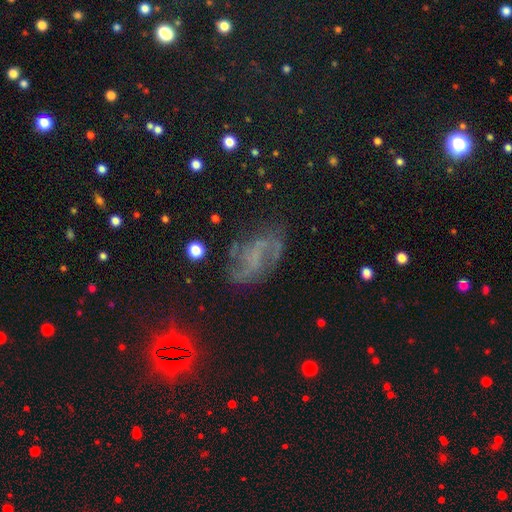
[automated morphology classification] type=featured or disk (65%); edge-on=no (95%); bar=no (45%); spiral arms=yes (85%); winding=loose (41%); arm count=2 (73%); bulge=none (65%); merging=none (66%).